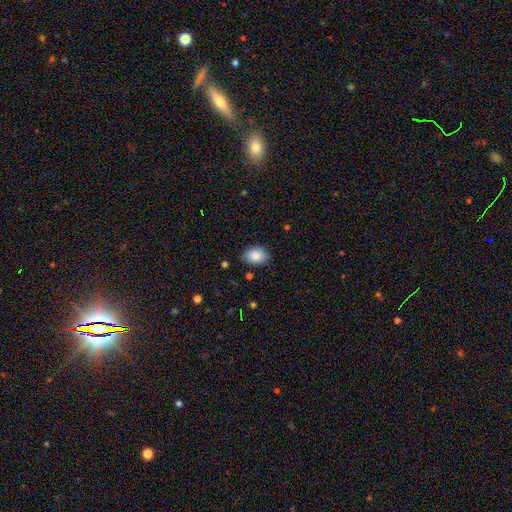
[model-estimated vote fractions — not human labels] A smooth galaxy with no disk features (87%) that is in between round and cigar-shaped (83%). Merging: none (80%).